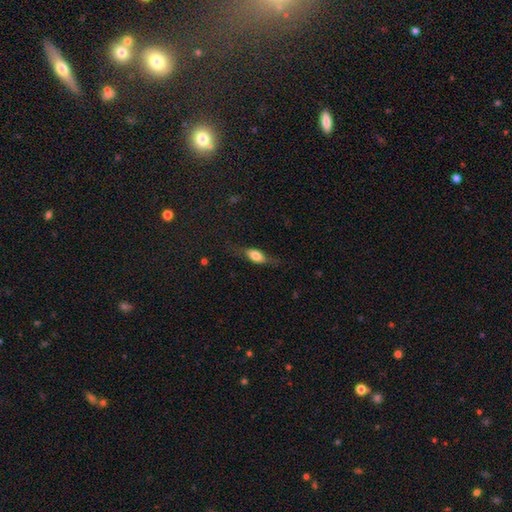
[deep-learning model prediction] A smooth galaxy with no disk features (65%) that is in between round and cigar-shaped (72%). Merging: none (64%).